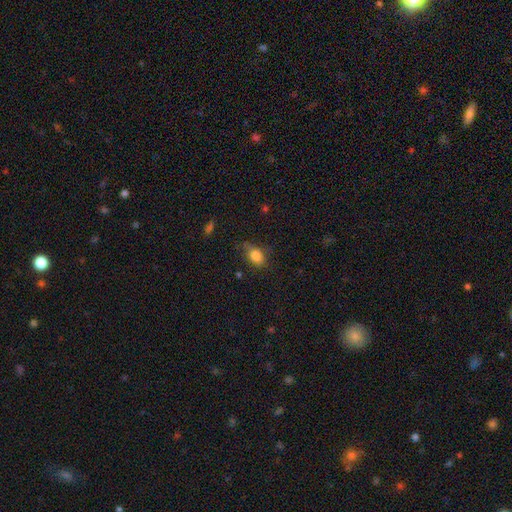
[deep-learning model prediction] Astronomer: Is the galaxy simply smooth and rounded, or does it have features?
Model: smooth — 85%.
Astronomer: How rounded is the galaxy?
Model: in between — 76%.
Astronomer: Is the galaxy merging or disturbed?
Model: none — 64%.